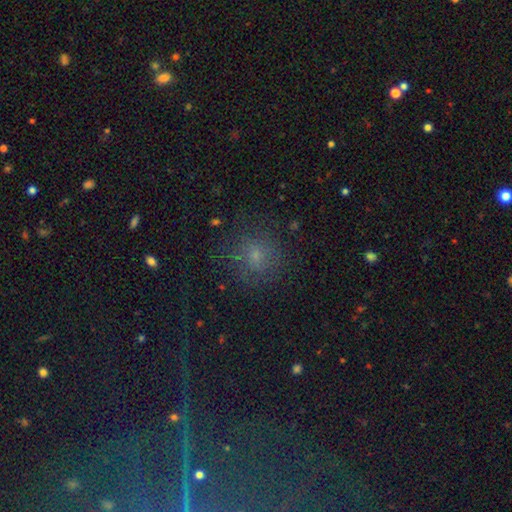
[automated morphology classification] Smooth or featured?
  - smooth: 63% *
  - star or artifact: 24%
  - featured or disk: 13%
How rounded?
  - round: 87% *
  - in between: 12%
  - cigar-shaped: 1%
Merging?
  - none: 78% *
  - minor disturbance: 13%
  - major disturbance: 8%
  - merger: 2%